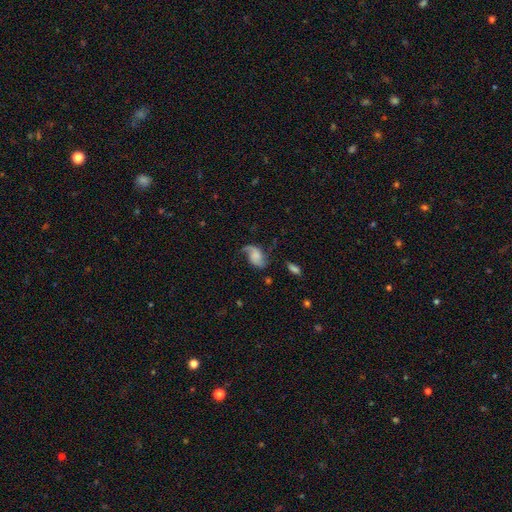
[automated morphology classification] featured or disk 64%, smooth 28%, star or artifact 8%. Down the decision tree: edge-on disk — no (97%); bar — no (62%); spiral arms — yes (91%); spiral arm count — 2 (67%); spiral winding — loose (67%); bulge size — none (37%); merging — none (48%).